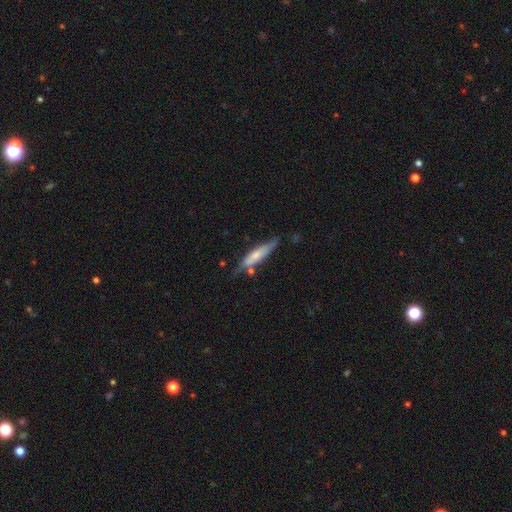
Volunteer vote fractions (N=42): Overall: smooth (52%; featured or disk 43%). How rounded: cigar-shaped (86%). Merging: none (70%).